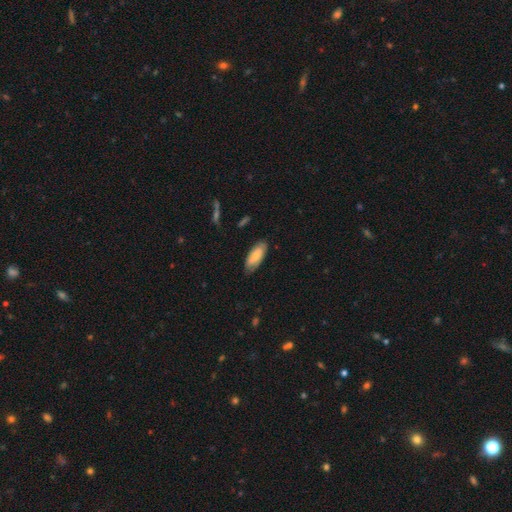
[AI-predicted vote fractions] A smooth galaxy with no disk features (64%) that is in between round and cigar-shaped (80%).

Vote fractions:
- Smooth or featured? smooth: 64% / featured or disk: 30% / star or artifact: 6%
- How rounded? in between: 80% / cigar-shaped: 18% / round: 2%
- Merging? none: 75% / minor disturbance: 20% / major disturbance: 4% / merger: 1%